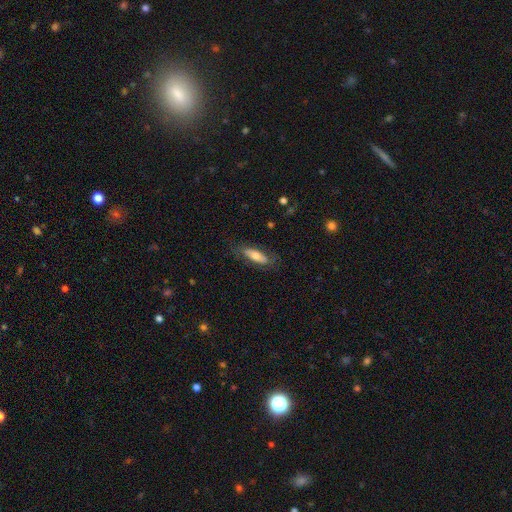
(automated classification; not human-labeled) This is possibly a smooth galaxy (59%). How rounded: likely in between (64%). Merging: likely none (74%).